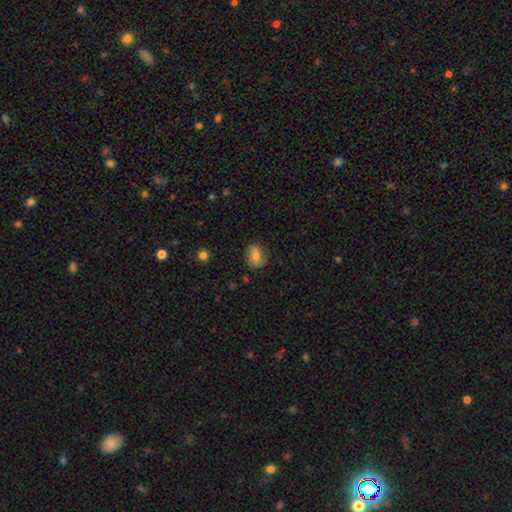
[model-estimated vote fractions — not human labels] This appears to be a smooth galaxy with no disk features (56%) that is in between round and cigar-shaped (58%). Merging: none (71%).